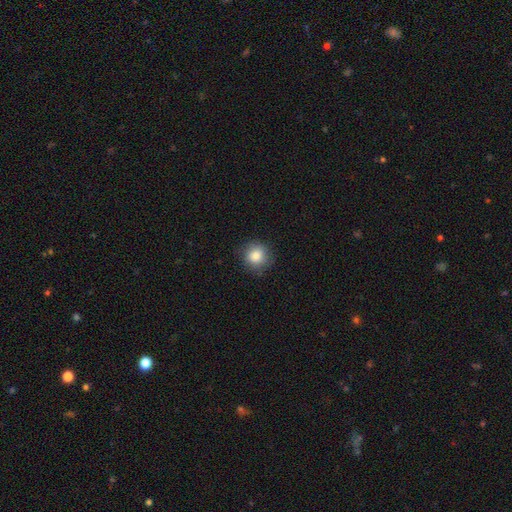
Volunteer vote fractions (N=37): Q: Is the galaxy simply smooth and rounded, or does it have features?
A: smooth — 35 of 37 (95%).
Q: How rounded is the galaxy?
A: round — 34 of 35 (97%).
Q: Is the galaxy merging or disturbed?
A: none — 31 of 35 (89%).